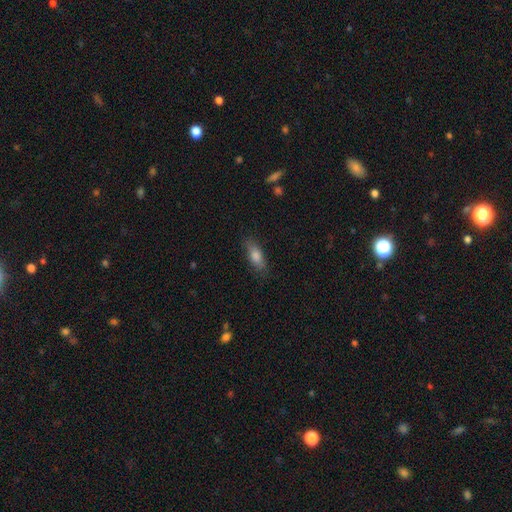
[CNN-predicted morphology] Smooth or featured: smooth — 73% (featured or disk — 19%)
How rounded: in between — 62% (cigar-shaped — 35%)
Merging: none — 82% (minor disturbance — 14%)